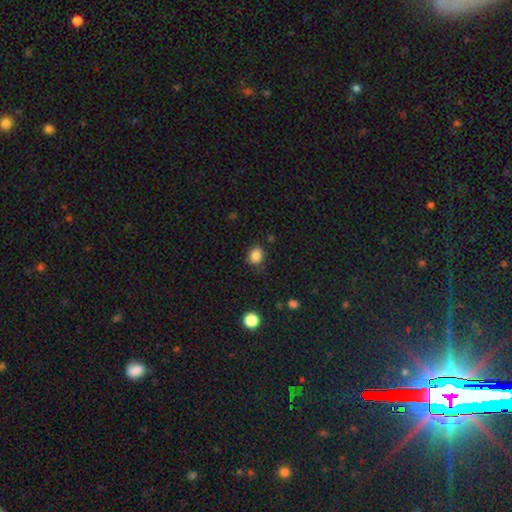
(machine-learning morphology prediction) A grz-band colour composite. It shows a smooth galaxy with no disk features (85%) that is round (56%). Merging: none (77%).